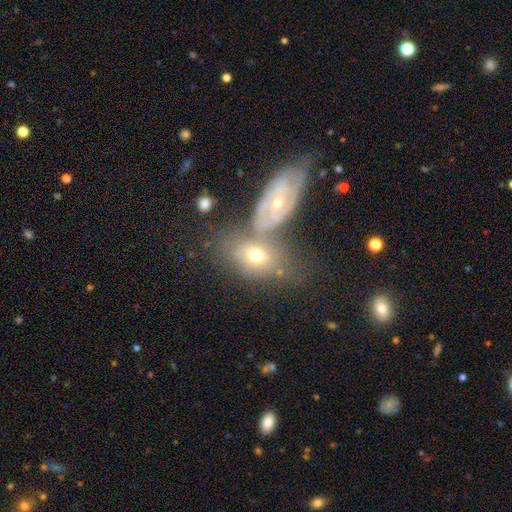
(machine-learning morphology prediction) The model was most divided on "merging": merger: 39%, none: 37%, minor disturbance: 16%, major disturbance: 8%. Remaining: smooth or featured — featured or disk (46%).